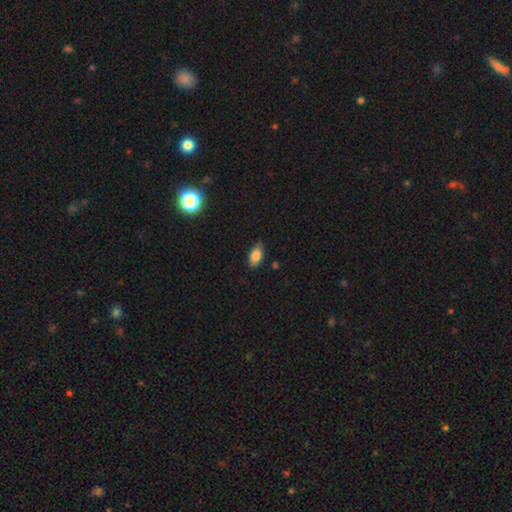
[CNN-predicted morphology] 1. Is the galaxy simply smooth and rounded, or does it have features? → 85% smooth, 8% star or artifact, 7% featured or disk.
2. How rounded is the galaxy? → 91% in between, 5% cigar-shaped, 4% round.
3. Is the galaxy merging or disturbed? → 82% none, 14% minor disturbance, 2% major disturbance, 1% merger.